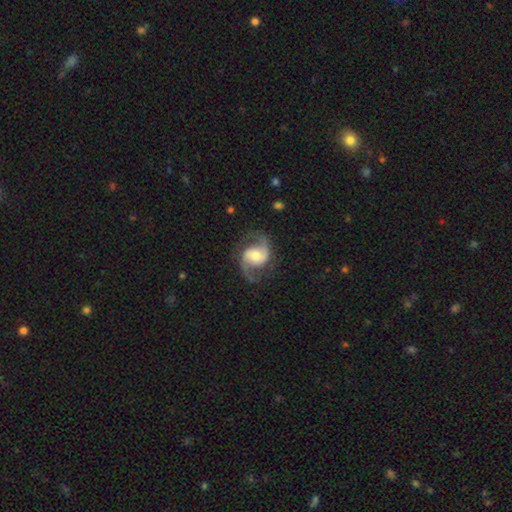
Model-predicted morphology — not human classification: Smooth or featured? Predicted: featured or disk (p=0.88). Edge-on disk? Predicted: no (p=0.98). Bar? Predicted: no (p=0.49). Spiral arms? Predicted: yes (p=0.97). Spiral winding? Predicted: medium (p=0.52). Spiral arm count? Predicted: 2 (p=0.93). Bulge size? Predicted: moderate (p=0.57). Merging? Predicted: none (p=0.77).